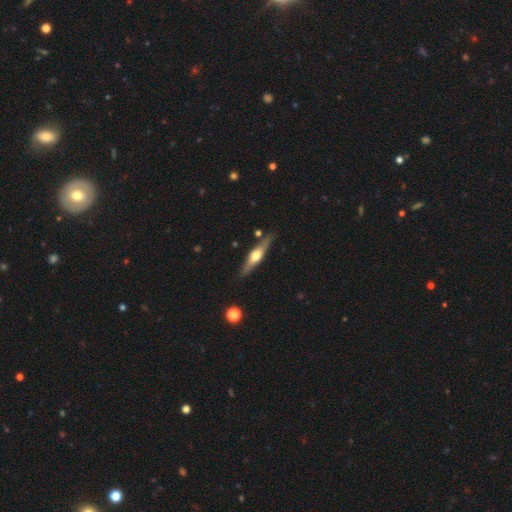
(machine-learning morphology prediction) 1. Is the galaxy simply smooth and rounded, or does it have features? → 63% featured or disk, 32% smooth, 5% star or artifact.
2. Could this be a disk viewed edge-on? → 94% yes, 6% no.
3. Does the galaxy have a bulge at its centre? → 92% rounded, 5% boxy, 3% none.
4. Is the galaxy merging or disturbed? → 84% none, 10% minor disturbance, 3% merger, 2% major disturbance.